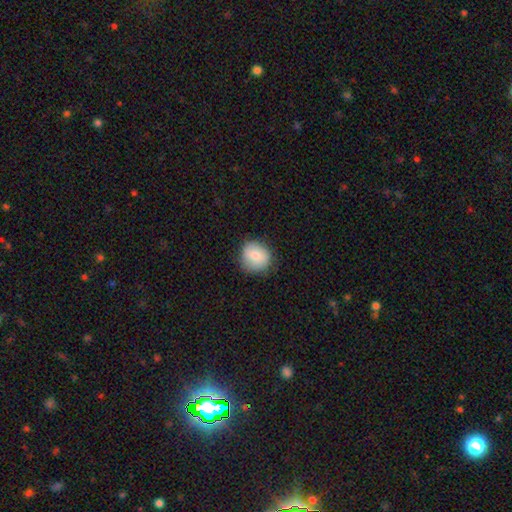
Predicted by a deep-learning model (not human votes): Overall: smooth (77%). How rounded: round (83%). Merging: none (80%).